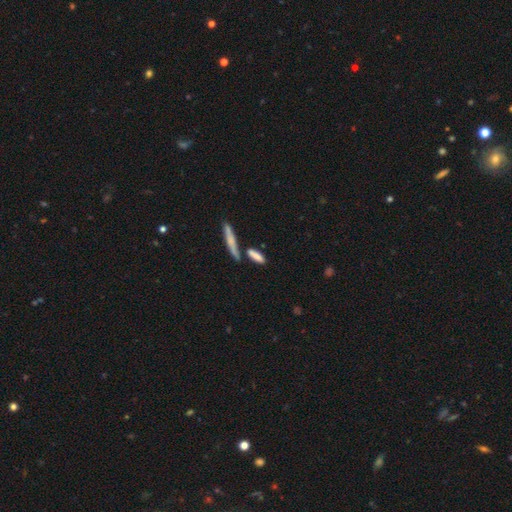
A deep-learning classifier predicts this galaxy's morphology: type=smooth (77%); roundness=cigar-shaped (51%); merging=none (59%).